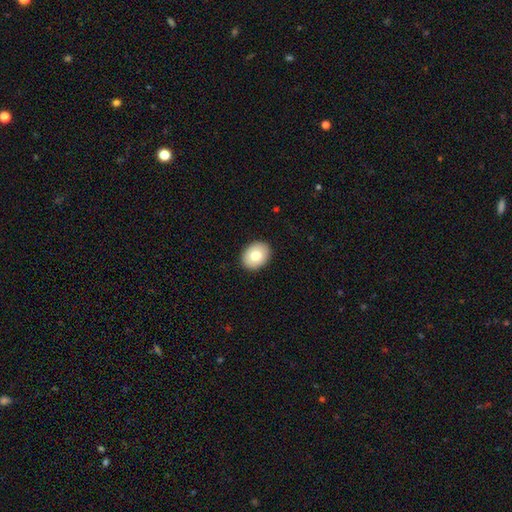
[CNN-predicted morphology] type=smooth (76%); roundness=in between (59%); merging=none (91%).